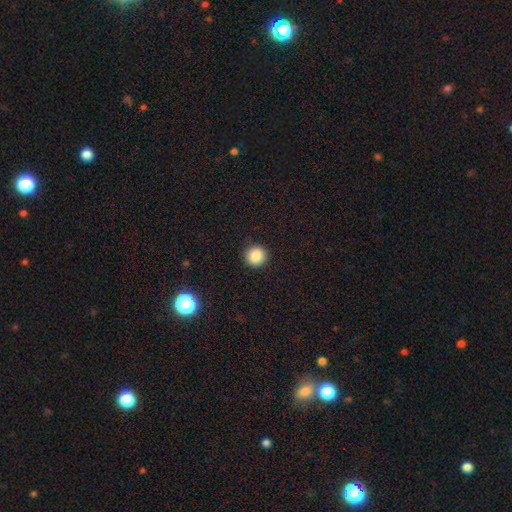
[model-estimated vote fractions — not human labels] Smooth or featured: smooth — 87% (star or artifact — 10%)
How rounded: round — 94% (in between — 5%)
Merging: none — 91% (minor disturbance — 6%)